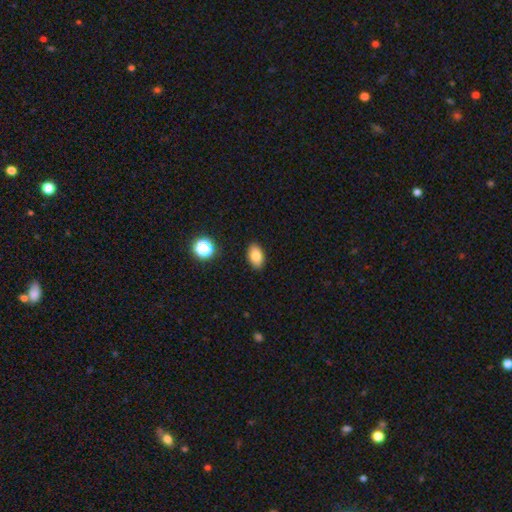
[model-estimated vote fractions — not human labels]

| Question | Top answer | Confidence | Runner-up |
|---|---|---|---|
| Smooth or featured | smooth | 81% | star or artifact (10%) |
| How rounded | in between | 90% | round (8%) |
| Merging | none | 88% | minor disturbance (9%) |